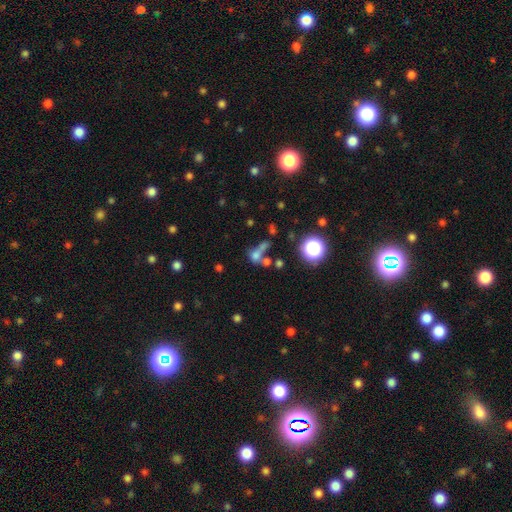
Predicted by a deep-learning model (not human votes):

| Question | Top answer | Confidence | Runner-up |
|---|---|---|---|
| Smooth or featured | smooth | 57% | star or artifact (25%) |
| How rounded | round | 54% | in between (40%) |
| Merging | merger | 43% | none (33%) |